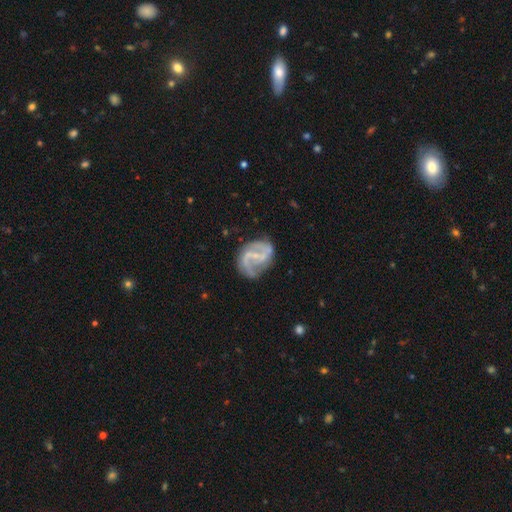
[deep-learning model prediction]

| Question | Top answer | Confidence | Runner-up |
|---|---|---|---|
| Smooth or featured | featured or disk | 84% | smooth (10%) |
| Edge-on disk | no | 98% | yes (2%) |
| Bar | weak | 47% | no (30%) |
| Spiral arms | yes | 93% | no (7%) |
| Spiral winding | medium | 46% | loose (37%) |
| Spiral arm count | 2 | 81% | can't tell (7%) |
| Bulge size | small | 61% | none (24%) |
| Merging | none | 66% | minor disturbance (21%) |